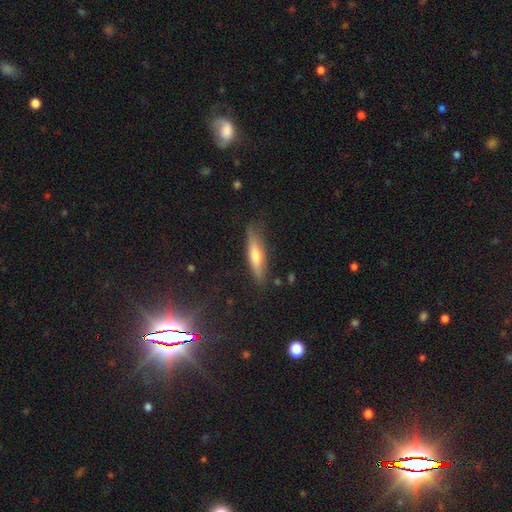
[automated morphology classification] This is possibly a smooth galaxy (53%). How rounded: likely cigar-shaped (77%). Merging: clearly none (81%).